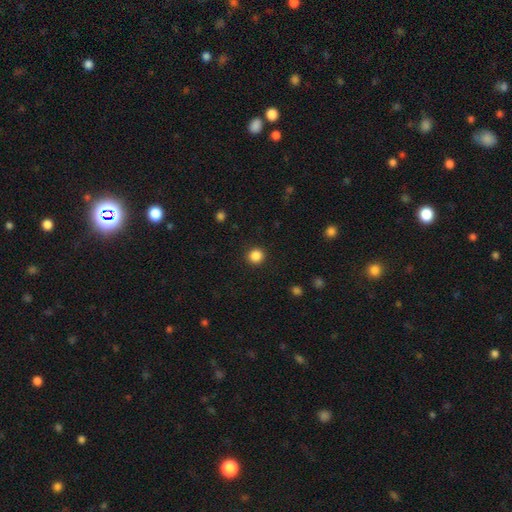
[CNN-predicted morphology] This is clearly a smooth galaxy (86%). How rounded: clearly round (92%). Merging: clearly none (92%).